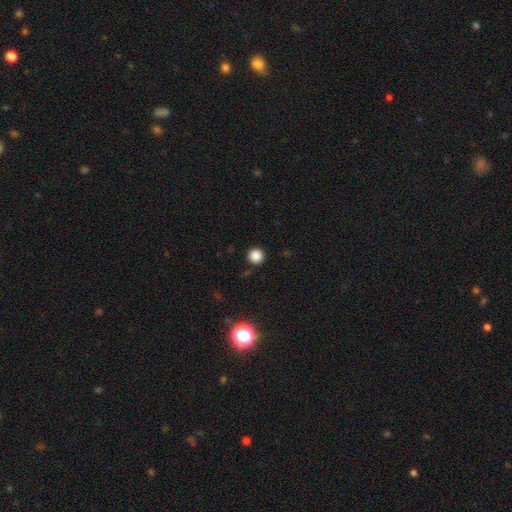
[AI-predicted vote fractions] Smooth or featured? Predicted: smooth (p=0.85). How rounded? Predicted: round (p=0.94). Merging? Predicted: none (p=0.91).